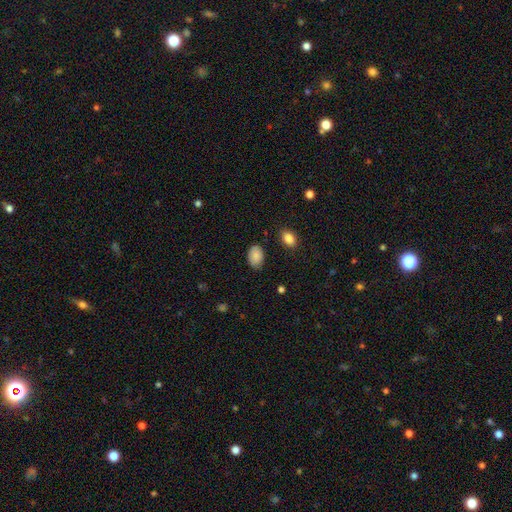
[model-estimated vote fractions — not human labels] A smooth galaxy with no disk features (86%) that is in between round and cigar-shaped (86%).

Vote fractions:
- Smooth or featured? smooth: 86% / star or artifact: 7% / featured or disk: 7%
- How rounded? in between: 86% / round: 13% / cigar-shaped: 1%
- Merging? none: 78% / minor disturbance: 17% / major disturbance: 3% / merger: 2%